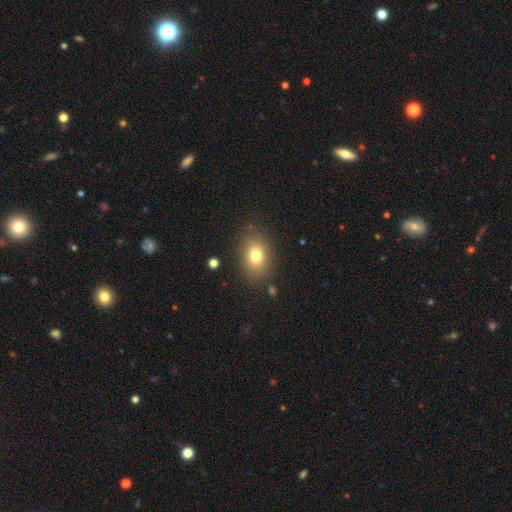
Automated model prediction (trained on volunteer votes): This is likely a smooth galaxy (77%). How rounded: likely in between (74%). Merging: clearly none (83%).